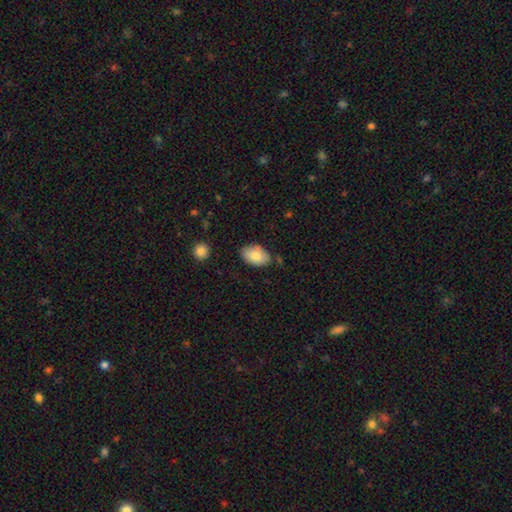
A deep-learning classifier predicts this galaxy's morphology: Smooth or featured: smooth — 82% (featured or disk — 11%)
How rounded: in between — 90% (round — 8%)
Merging: none — 73% (minor disturbance — 21%)